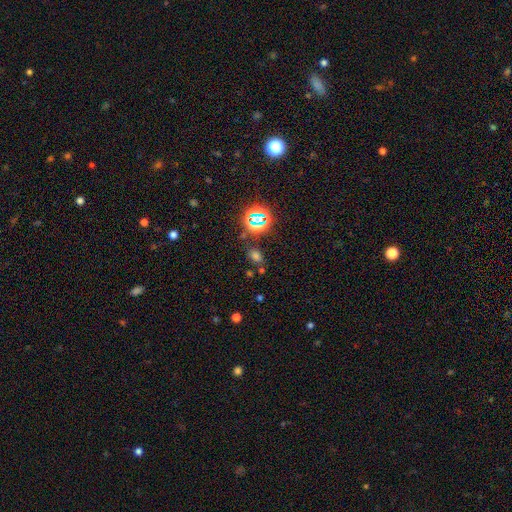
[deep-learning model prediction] Smooth or featured?
  - smooth: 59% *
  - star or artifact: 34%
  - featured or disk: 7%
How rounded?
  - in between: 71% *
  - round: 27%
  - cigar-shaped: 2%
Merging?
  - none: 75% *
  - minor disturbance: 12%
  - merger: 8%
  - major disturbance: 5%